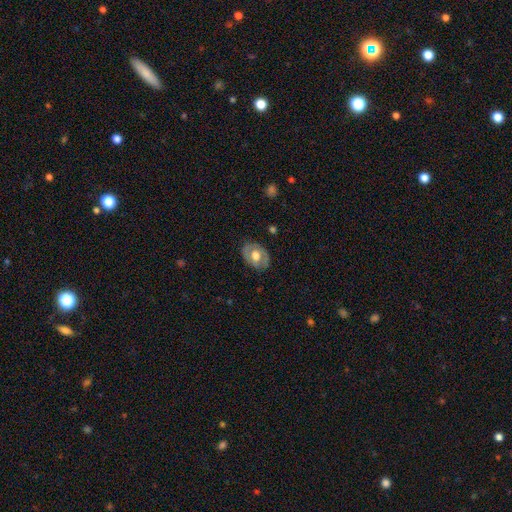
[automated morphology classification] This appears to be a featured or disk galaxy (48%). Merging: none (79%).